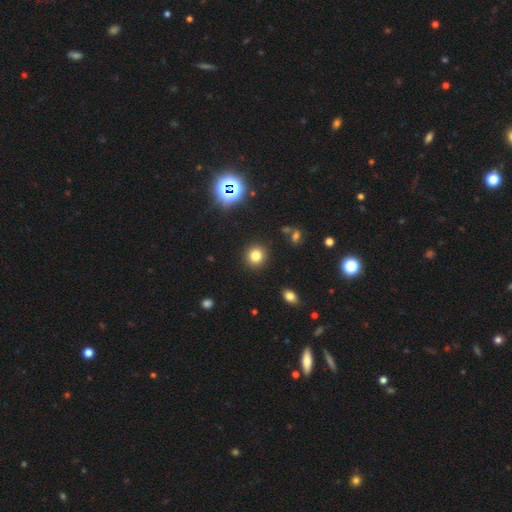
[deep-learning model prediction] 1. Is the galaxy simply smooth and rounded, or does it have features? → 80% smooth, 14% star or artifact, 6% featured or disk.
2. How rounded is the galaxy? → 90% round, 9% in between, 1% cigar-shaped.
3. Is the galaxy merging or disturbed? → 90% none, 6% minor disturbance, 2% major disturbance, 2% merger.